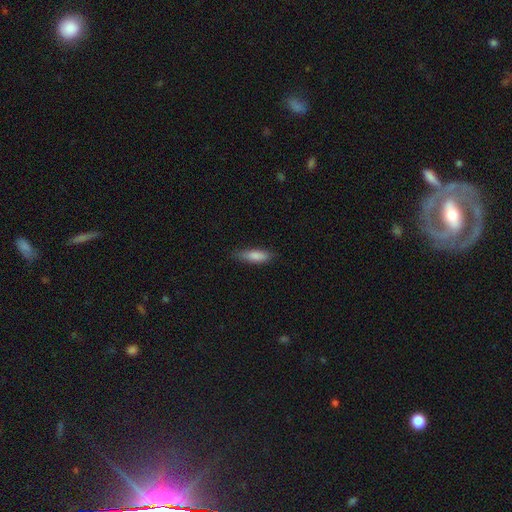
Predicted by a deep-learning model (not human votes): Smooth or featured? smooth (84%)
How rounded? cigar-shaped (51%)
Merging? none (74%)